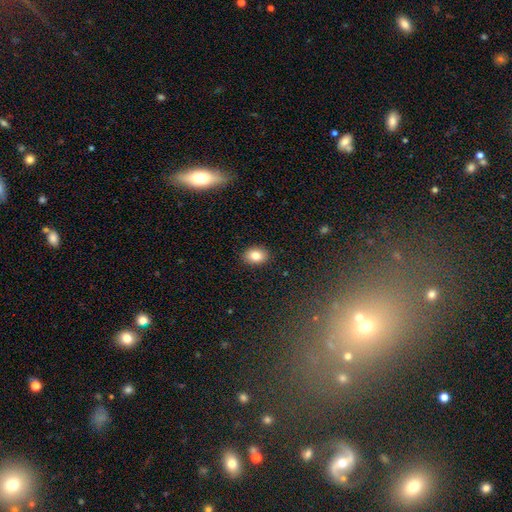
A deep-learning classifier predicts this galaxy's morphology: A smooth galaxy with no disk features (83%) that is in between round and cigar-shaped (75%). Merging: none (89%).